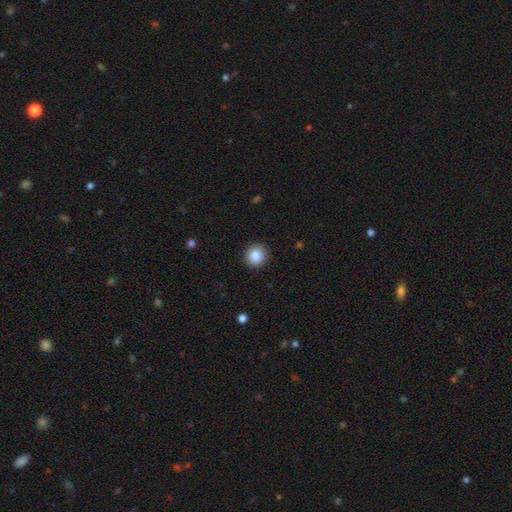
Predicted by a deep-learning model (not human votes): The model was most divided on "smooth or featured": smooth: 87%, star or artifact: 9%, featured or disk: 5%. More confident: how rounded — round (91%); merging — none (91%).